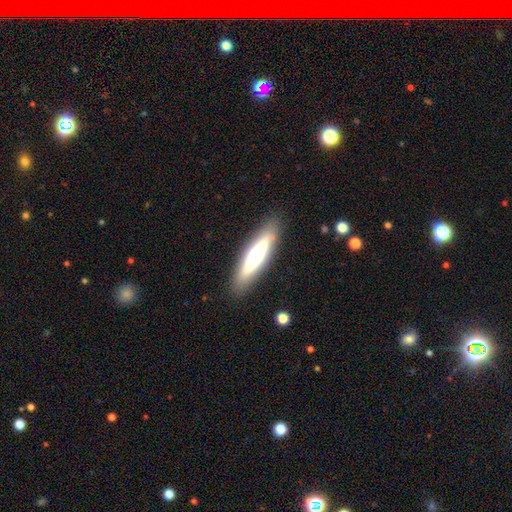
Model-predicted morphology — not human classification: This is possibly a featured or disk galaxy (47%). Merging: clearly none (87%).